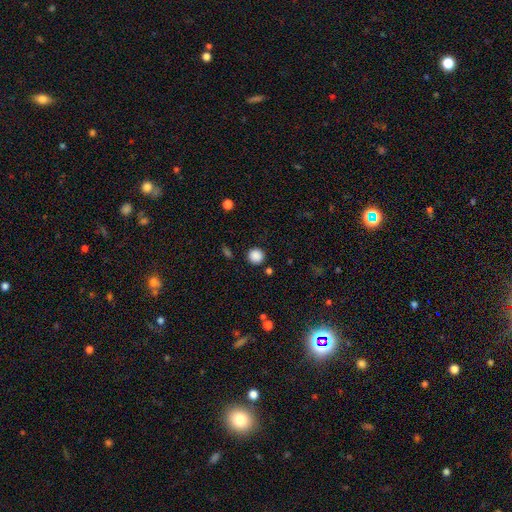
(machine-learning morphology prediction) This appears to be a smooth galaxy with no disk features (87%) that is round (94%). Merging: none (90%).